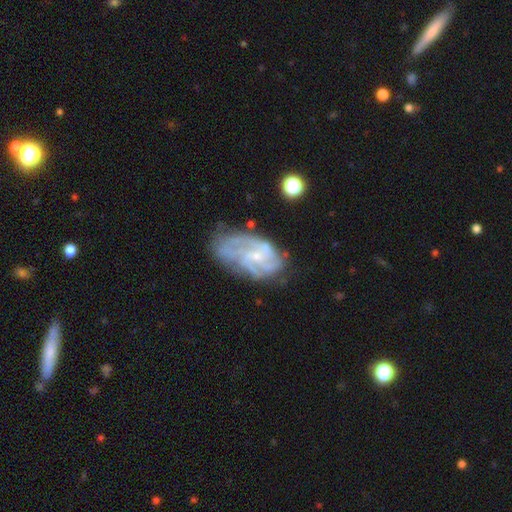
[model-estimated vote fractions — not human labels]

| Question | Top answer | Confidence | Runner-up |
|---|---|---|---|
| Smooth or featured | featured or disk | 81% | smooth (12%) |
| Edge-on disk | no | 97% | yes (3%) |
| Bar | no | 57% | weak (37%) |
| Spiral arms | yes | 90% | no (10%) |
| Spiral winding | tight | 44% | medium (42%) |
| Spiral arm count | can't tell | 31% | 3 (27%) |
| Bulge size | small | 68% | moderate (21%) |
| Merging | none | 54% | minor disturbance (27%) |